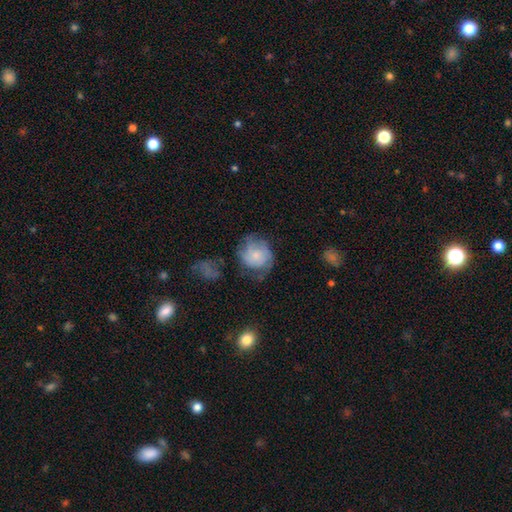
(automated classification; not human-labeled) Q: Smooth or featured?
A: smooth (52%); runner-up: featured or disk (40%)
Q: How rounded?
A: round (80%); runner-up: in between (19%)
Q: Merging?
A: none (52%); runner-up: minor disturbance (27%)